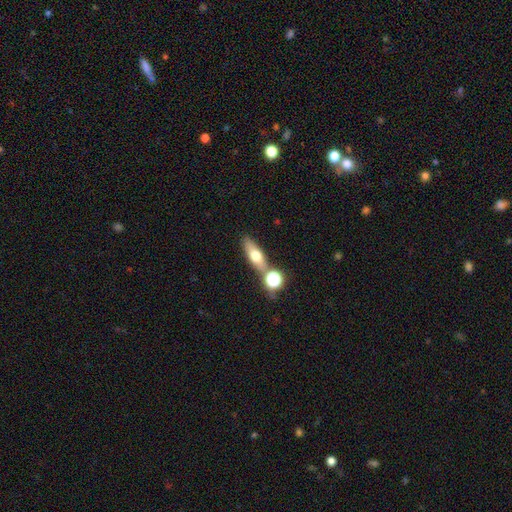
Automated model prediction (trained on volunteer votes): Overall: smooth (59%; featured or disk 31%). How rounded: in between (52%; cigar-shaped 38%). Merging: none (67%).